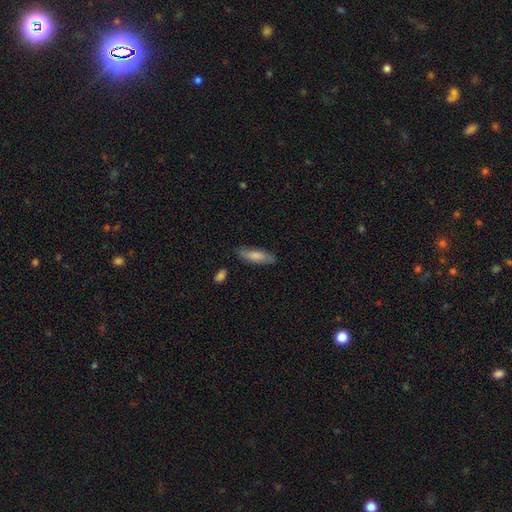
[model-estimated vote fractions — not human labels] smooth-or-featured: smooth: 76% | featured or disk: 18% | star or artifact: 6%
  how-rounded: in between: 50% | cigar-shaped: 48% | round: 2%
  merging: none: 80% | minor disturbance: 14% | major disturbance: 3% | merger: 2%